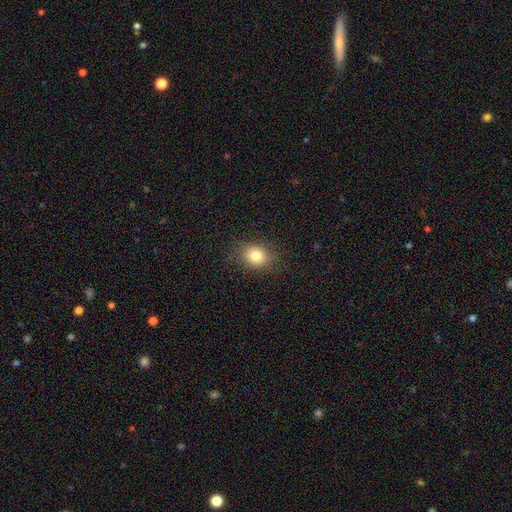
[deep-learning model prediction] smooth 82%, star or artifact 11%, featured or disk 7%. Down the decision tree: how rounded — in between (52%); merging — none (85%).